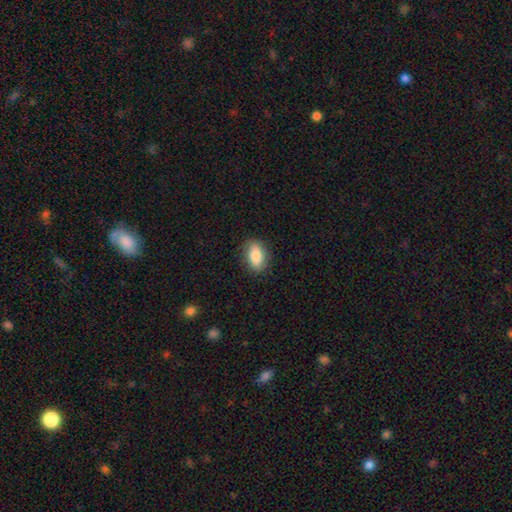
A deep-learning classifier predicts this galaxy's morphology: smooth 83%, featured or disk 10%, star or artifact 7%. Down the decision tree: how rounded — in between (88%); merging — none (86%).